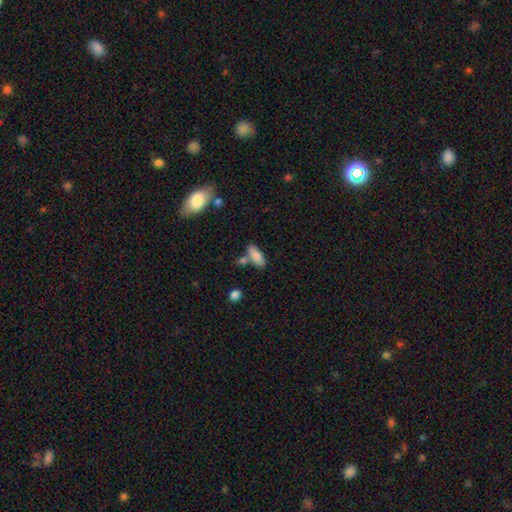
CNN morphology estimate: This appears to be a smooth galaxy with no disk features (84%) that is in between round and cigar-shaped (72%). Merging: none (64%).